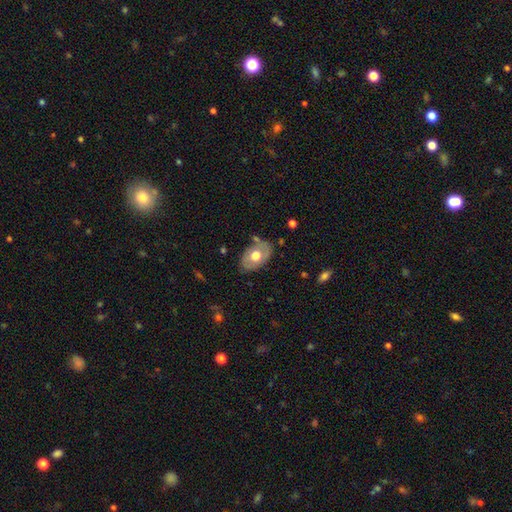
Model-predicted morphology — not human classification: Smooth or featured?
  - smooth: 49% *
  - featured or disk: 45%
  - star or artifact: 6%
Merging?
  - none: 73% *
  - minor disturbance: 19%
  - major disturbance: 5%
  - merger: 3%